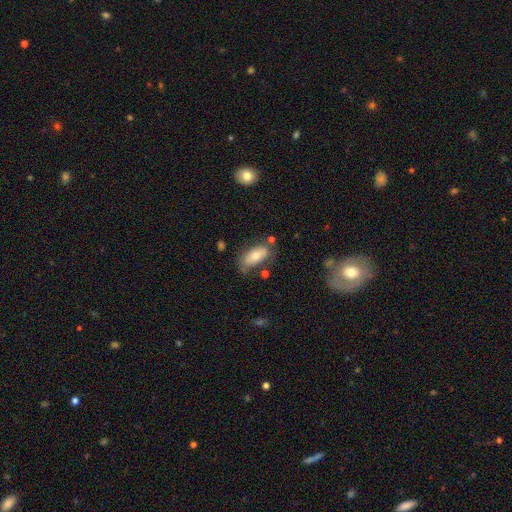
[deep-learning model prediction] smooth_or_featured: smooth (p=0.67) [alt: featured or disk p=0.26]
how_rounded: in between (p=0.83) [alt: cigar-shaped p=0.14]
merging: none (p=0.63) [alt: minor disturbance p=0.23]